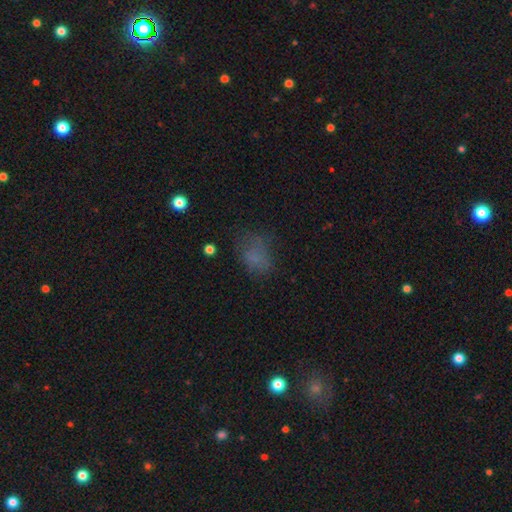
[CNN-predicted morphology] Smooth or featured?
  - smooth: 66% *
  - star or artifact: 19%
  - featured or disk: 14%
How rounded?
  - in between: 69% *
  - round: 29%
  - cigar-shaped: 2%
Merging?
  - none: 50% *
  - minor disturbance: 24%
  - major disturbance: 23%
  - merger: 2%